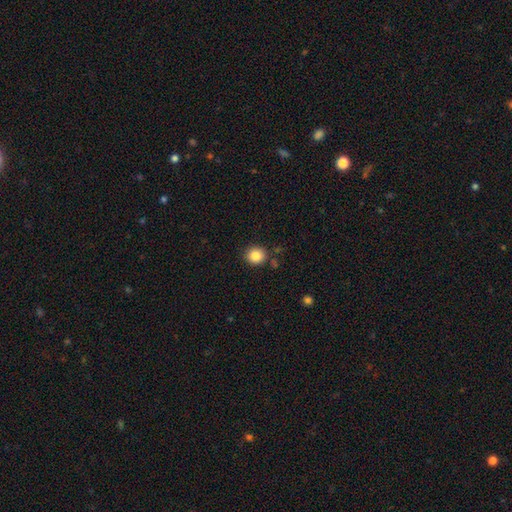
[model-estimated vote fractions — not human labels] smooth 86%, star or artifact 10%, featured or disk 4%. Down the decision tree: how rounded — round (86%); merging — none (84%).